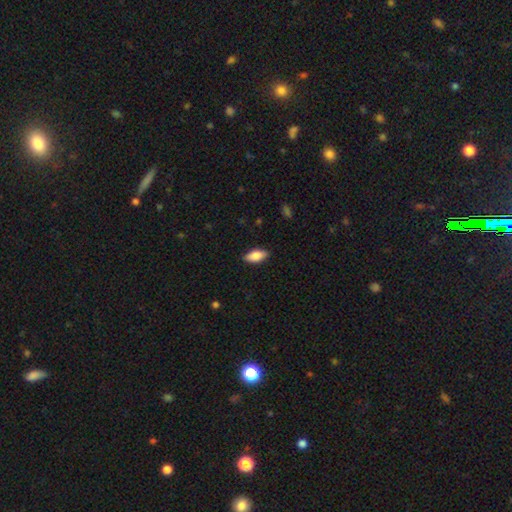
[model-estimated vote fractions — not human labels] smooth 81%, featured or disk 12%, star or artifact 7%. Down the decision tree: how rounded — in between (86%); merging — none (87%).